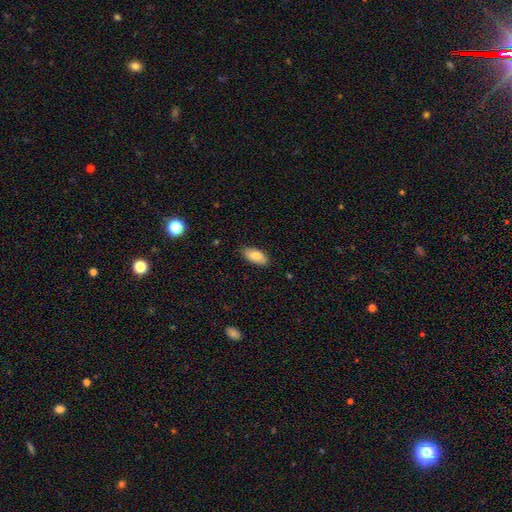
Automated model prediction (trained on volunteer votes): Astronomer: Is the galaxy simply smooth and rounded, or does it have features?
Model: smooth — 80%.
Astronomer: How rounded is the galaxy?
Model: in between — 90%.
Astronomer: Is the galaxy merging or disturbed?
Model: none — 81%.